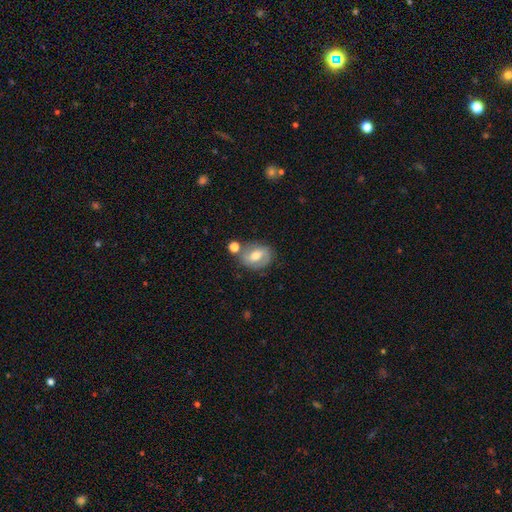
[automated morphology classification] featured or disk 50%, smooth 42%, star or artifact 8%. Down the decision tree: edge-on disk — no (95%); merging — none (62%).